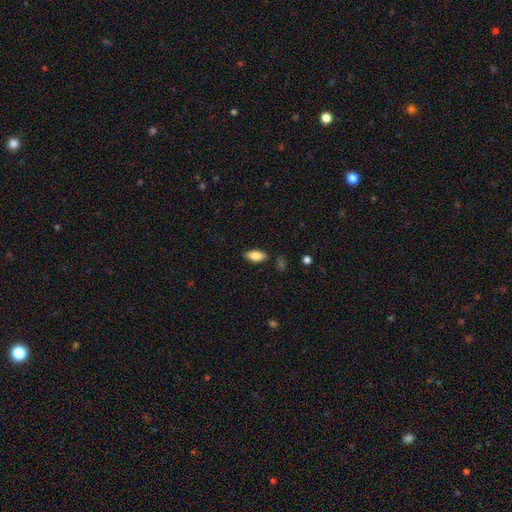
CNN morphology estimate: Smooth or featured? Predicted: smooth (p=0.83). How rounded? Predicted: in between (p=0.85). Merging? Predicted: none (p=0.85).